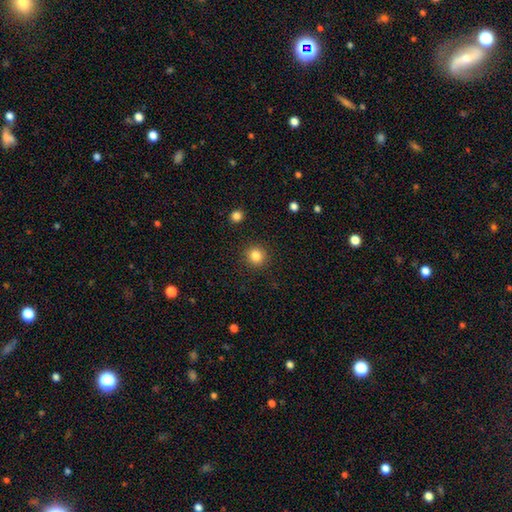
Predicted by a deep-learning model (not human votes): Smooth or featured? Predicted: smooth (p=0.84). How rounded? Predicted: round (p=0.93). Merging? Predicted: none (p=0.91).